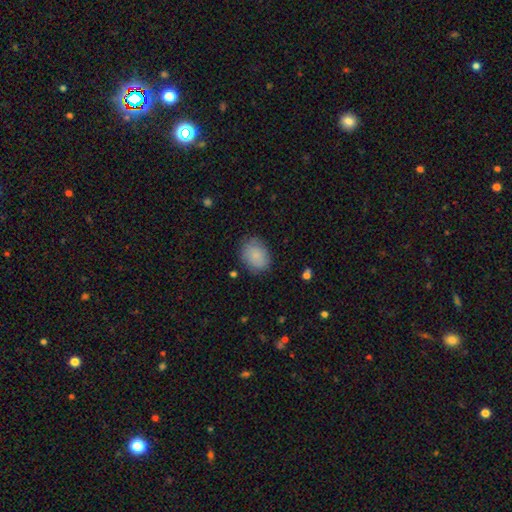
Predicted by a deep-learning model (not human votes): This appears to be a smooth galaxy with no disk features (82%) that is in between round and cigar-shaped (61%). Merging: none (79%).